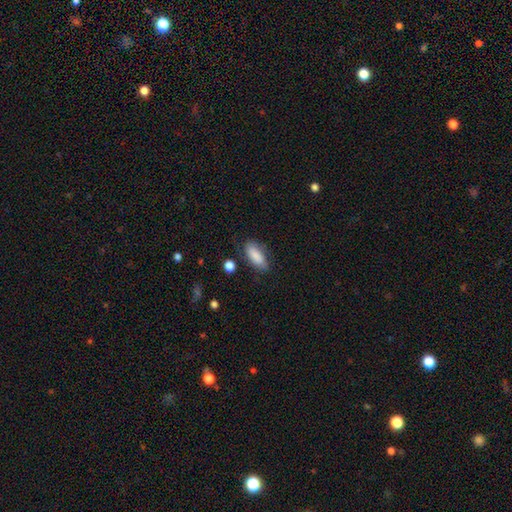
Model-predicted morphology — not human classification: Overall: smooth (85%). How rounded: in between (82%). Merging: none (74%).